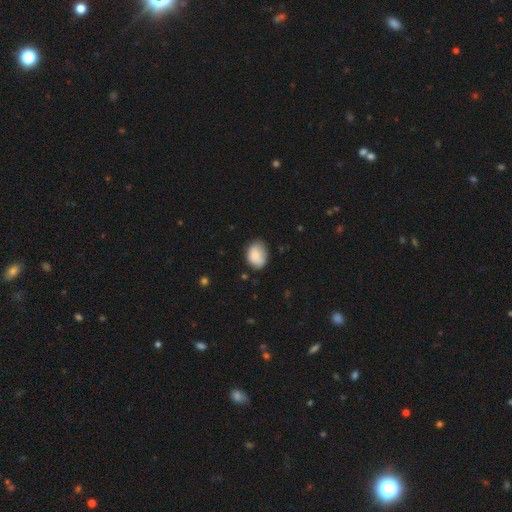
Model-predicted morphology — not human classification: Smooth or featured? Predicted: smooth (p=0.79). How rounded? Predicted: in between (p=0.71). Merging? Predicted: none (p=0.62).